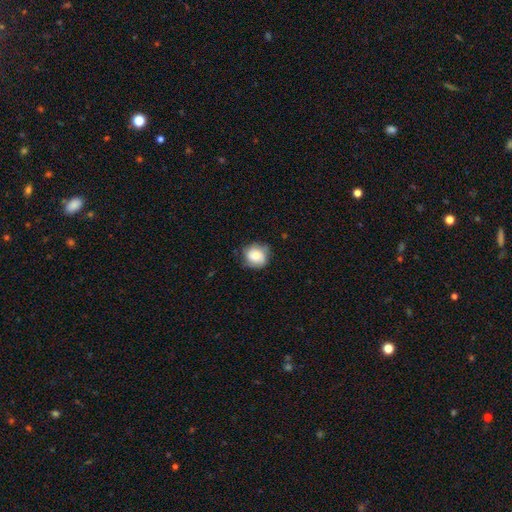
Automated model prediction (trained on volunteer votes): Smooth or featured?
  - smooth: 74% *
  - featured or disk: 18%
  - star or artifact: 8%
How rounded?
  - round: 83% *
  - in between: 16%
  - cigar-shaped: 1%
Merging?
  - none: 71% *
  - minor disturbance: 22%
  - major disturbance: 5%
  - merger: 1%